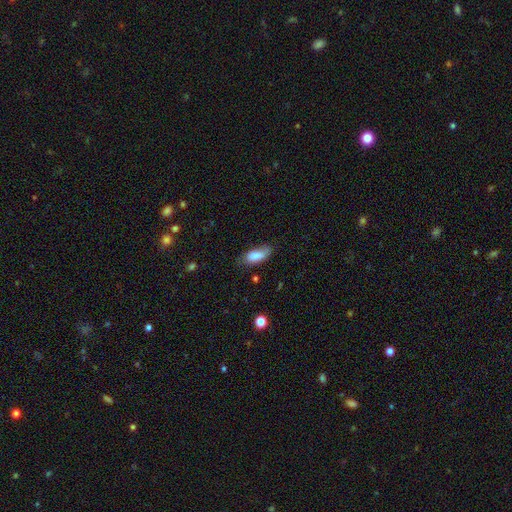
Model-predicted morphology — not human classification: Smooth or featured?
  - smooth: 83% *
  - featured or disk: 10%
  - star or artifact: 7%
How rounded?
  - in between: 81% *
  - cigar-shaped: 17%
  - round: 2%
Merging?
  - none: 61% *
  - minor disturbance: 30%
  - major disturbance: 8%
  - merger: 2%